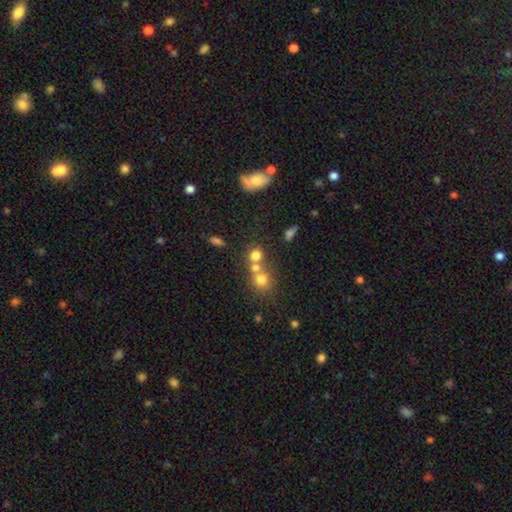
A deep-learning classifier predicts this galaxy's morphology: Smooth or featured: smooth — 72% (star or artifact — 15%)
How rounded: round — 80% (in between — 18%)
Merging: merger — 44% (tied with none — 44%)